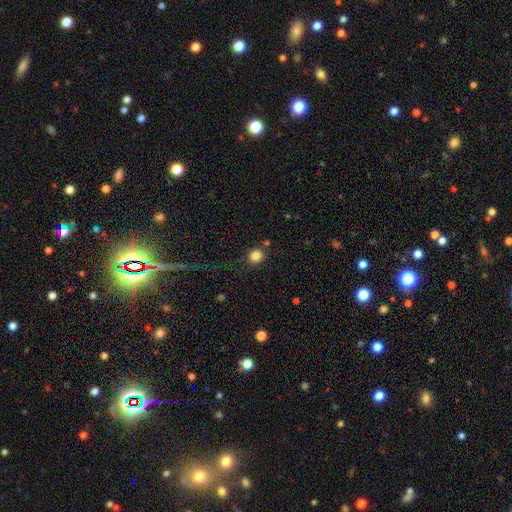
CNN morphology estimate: Smooth or featured? smooth (84%)
How rounded? round (87%)
Merging? none (78%)